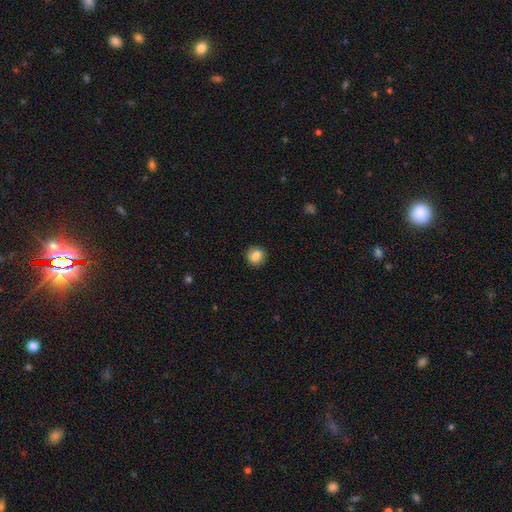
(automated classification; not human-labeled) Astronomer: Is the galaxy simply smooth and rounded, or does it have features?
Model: smooth — 85%.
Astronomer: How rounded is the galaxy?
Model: round — 83%.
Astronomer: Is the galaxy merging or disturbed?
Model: none — 87%.